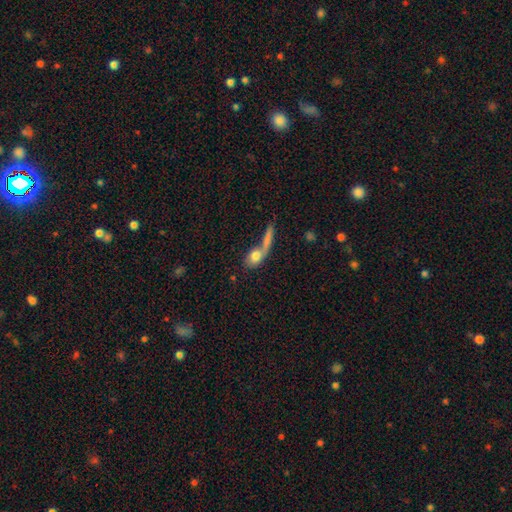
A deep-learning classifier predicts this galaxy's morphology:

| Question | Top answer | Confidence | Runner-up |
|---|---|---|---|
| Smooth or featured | smooth | 74% | featured or disk (18%) |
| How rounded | in between | 55% | round (29%) |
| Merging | merger | 44% | none (34%) |